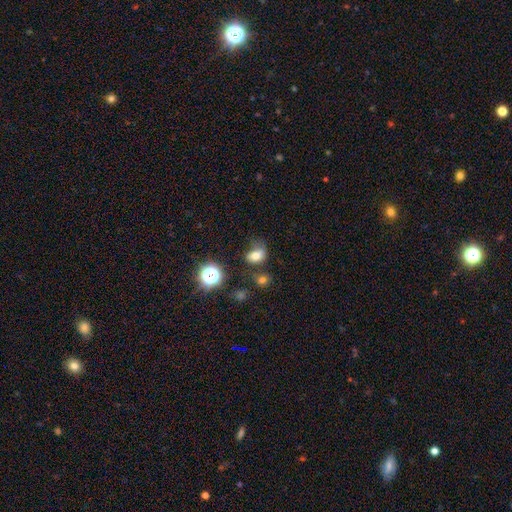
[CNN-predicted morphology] Q: Smooth or featured?
A: smooth (71%); runner-up: star or artifact (16%)
Q: How rounded?
A: in between (69%); runner-up: round (29%)
Q: Merging?
A: none (48%); runner-up: minor disturbance (28%)